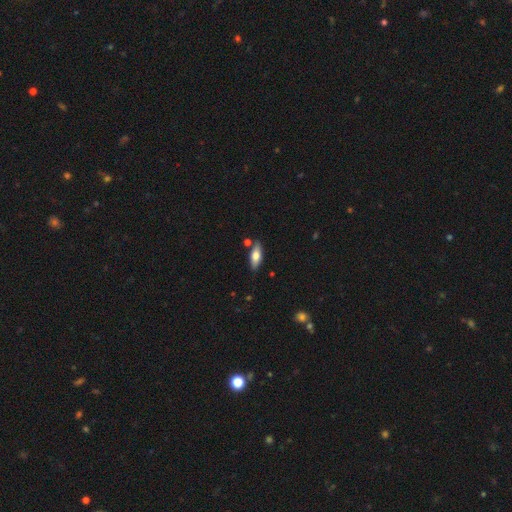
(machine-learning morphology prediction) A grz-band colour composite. It shows a smooth galaxy with no disk features (67%) that is in between round and cigar-shaped (69%). Merging: none (81%).